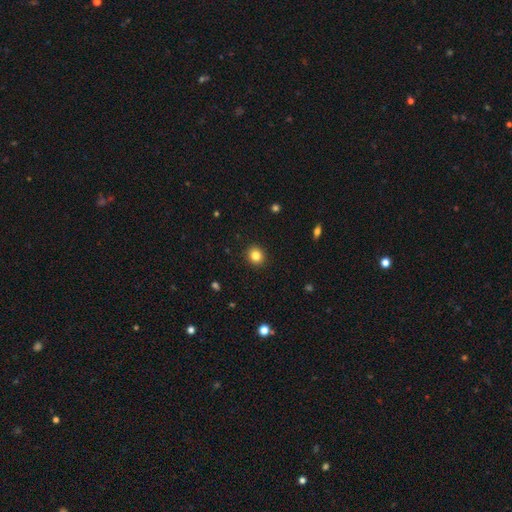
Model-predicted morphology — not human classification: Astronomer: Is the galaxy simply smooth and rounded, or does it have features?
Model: smooth — 83%.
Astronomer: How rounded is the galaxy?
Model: round — 83%.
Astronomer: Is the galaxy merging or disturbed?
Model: none — 92%.